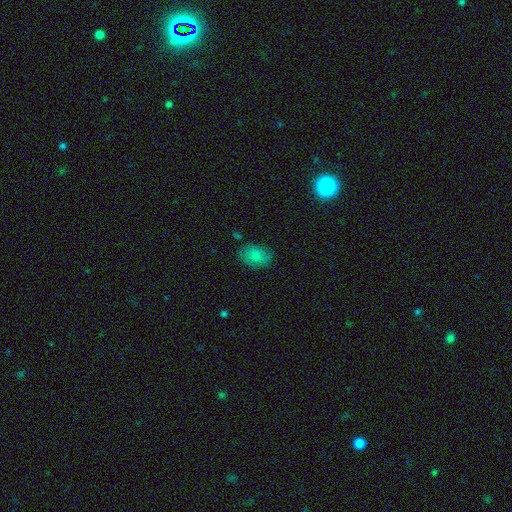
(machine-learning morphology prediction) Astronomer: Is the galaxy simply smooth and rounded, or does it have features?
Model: smooth — 78%.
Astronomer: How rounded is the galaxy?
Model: in between — 76%.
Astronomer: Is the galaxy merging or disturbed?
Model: none — 72%.